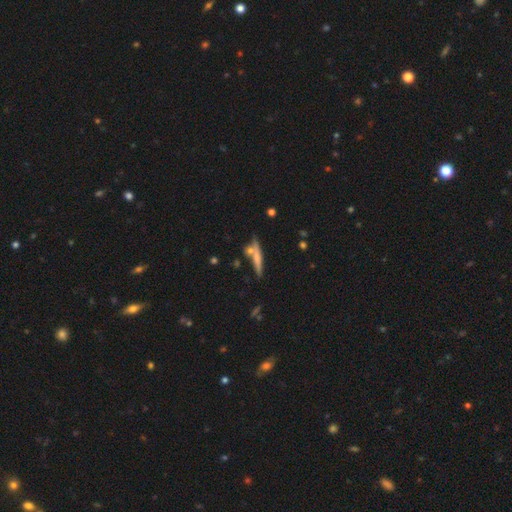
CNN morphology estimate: This appears to be a smooth galaxy with no disk features (57%) that is cigar-shaped (88%). Merging: none (63%).